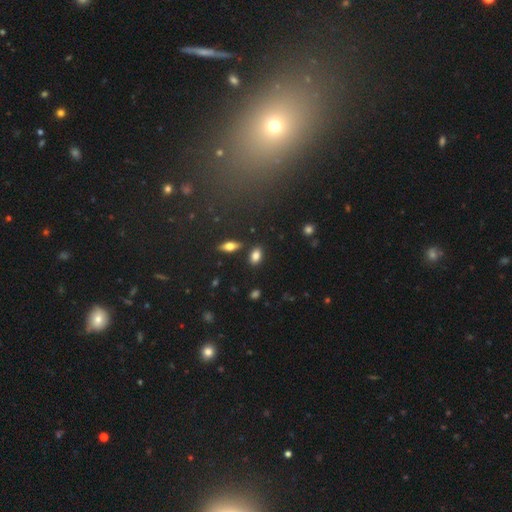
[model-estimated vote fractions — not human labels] Smooth or featured?
  - smooth: 80% *
  - featured or disk: 11%
  - star or artifact: 9%
How rounded?
  - in between: 84% *
  - round: 11%
  - cigar-shaped: 5%
Merging?
  - none: 81% *
  - minor disturbance: 10%
  - merger: 6%
  - major disturbance: 3%